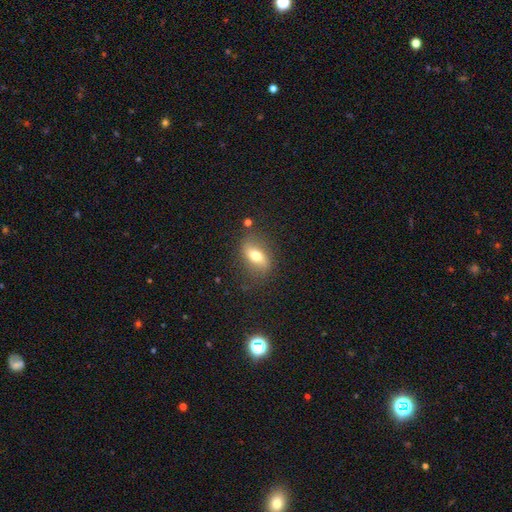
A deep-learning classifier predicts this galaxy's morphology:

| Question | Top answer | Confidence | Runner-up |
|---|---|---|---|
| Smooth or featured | smooth | 51% | featured or disk (40%) |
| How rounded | in between | 76% | round (13%) |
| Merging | none | 76% | minor disturbance (16%) |